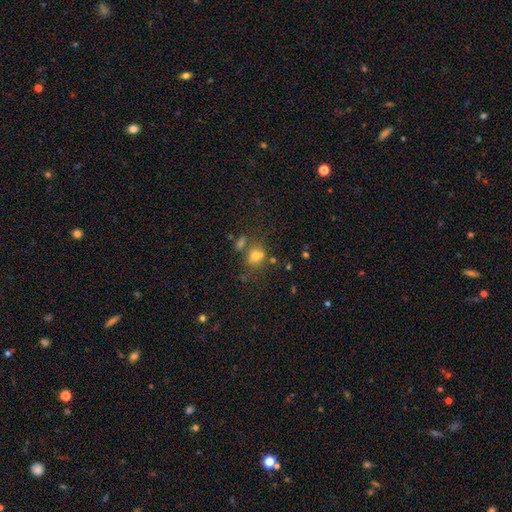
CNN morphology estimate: The model was most divided on "merging": none: 50%, merger: 29%, minor disturbance: 14%, major disturbance: 7%. More confident: smooth or featured — smooth (67%); how rounded — round (64%).